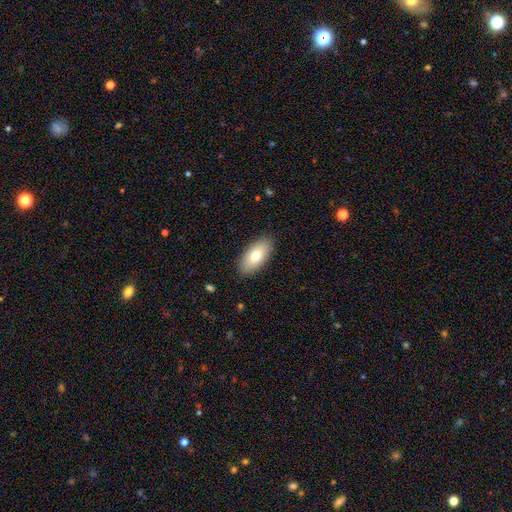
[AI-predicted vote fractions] Morphology: type=smooth (74%); roundness=in between (92%); merging=none (88%).